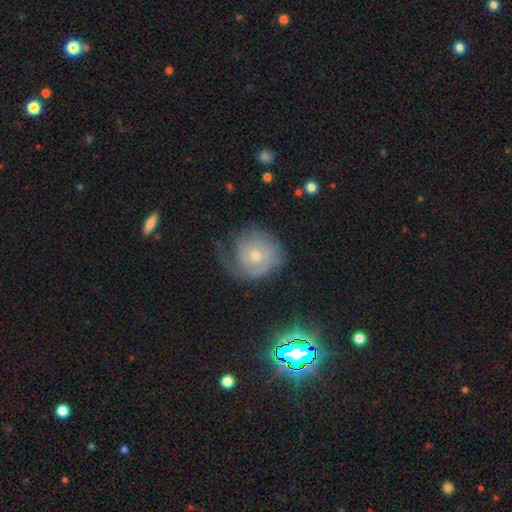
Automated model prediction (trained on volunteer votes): Smooth or featured: featured or disk — 66% (smooth — 21%)
Edge-on disk: no — 97% (yes — 3%)
Bar: no — 81% (weak — 16%)
Spiral arms: yes — 90% (no — 10%)
Spiral winding: tight — 62% (medium — 26%)
Spiral arm count: can't tell — 36% (2 — 25%)
Bulge size: small — 57% (moderate — 39%)
Merging: none — 57% (minor disturbance — 23%)